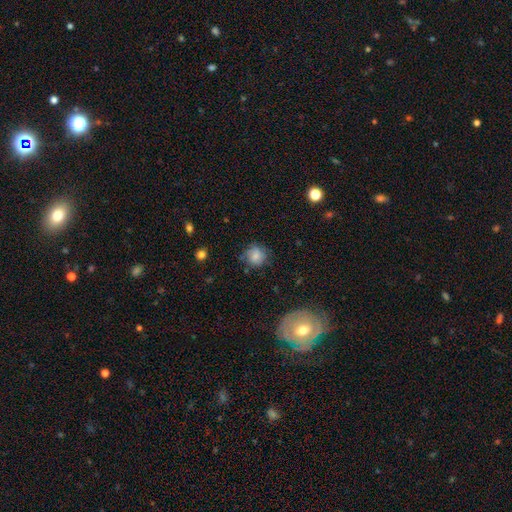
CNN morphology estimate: smooth-or-featured: smooth: 74% | featured or disk: 16% | star or artifact: 10%
  how-rounded: round: 85% | in between: 14% | cigar-shaped: 1%
  merging: none: 68% | minor disturbance: 23% | major disturbance: 7% | merger: 2%